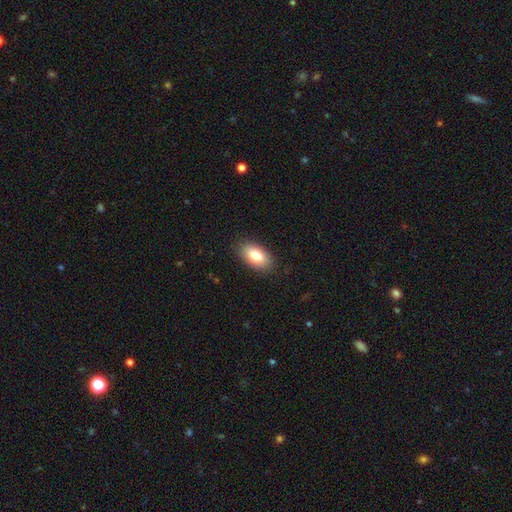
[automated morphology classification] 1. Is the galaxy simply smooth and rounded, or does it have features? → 82% smooth, 11% featured or disk, 7% star or artifact.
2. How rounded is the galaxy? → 93% in between, 5% round, 2% cigar-shaped.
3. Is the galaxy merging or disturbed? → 88% none, 9% minor disturbance, 2% major disturbance, 1% merger.